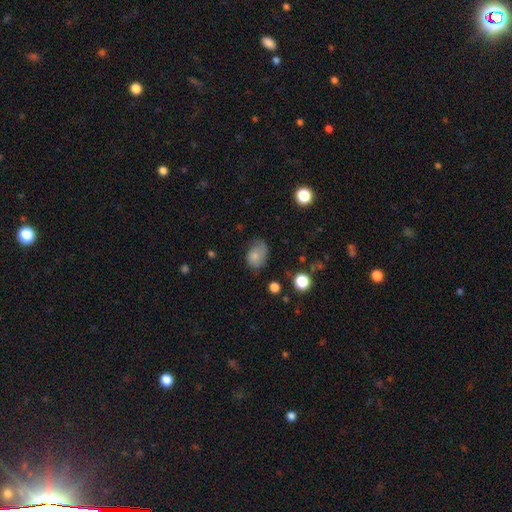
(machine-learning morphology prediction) This appears to be a smooth galaxy with no disk features (74%) that is in between round and cigar-shaped (73%). Merging: none (46%).